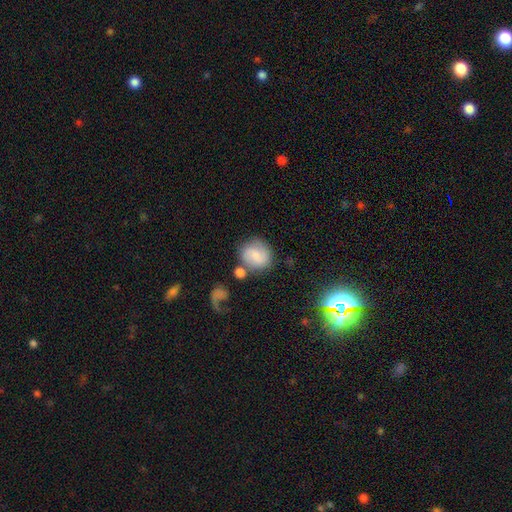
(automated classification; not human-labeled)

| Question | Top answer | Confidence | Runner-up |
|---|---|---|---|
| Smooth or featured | smooth | 53% | featured or disk (39%) |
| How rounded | round | 81% | in between (18%) |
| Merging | none | 68% | minor disturbance (15%) |